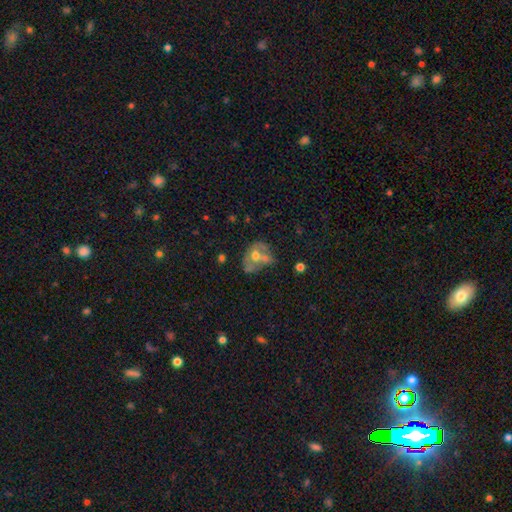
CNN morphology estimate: Smooth or featured: featured or disk — 45% (smooth — 44%)
Merging: none — 30% (merger — 28%)